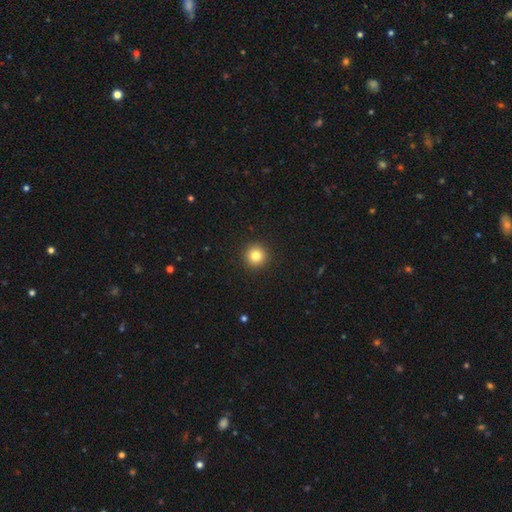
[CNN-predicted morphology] Smooth or featured? Predicted: smooth (p=0.82). How rounded? Predicted: round (p=0.95). Merging? Predicted: none (p=0.93).